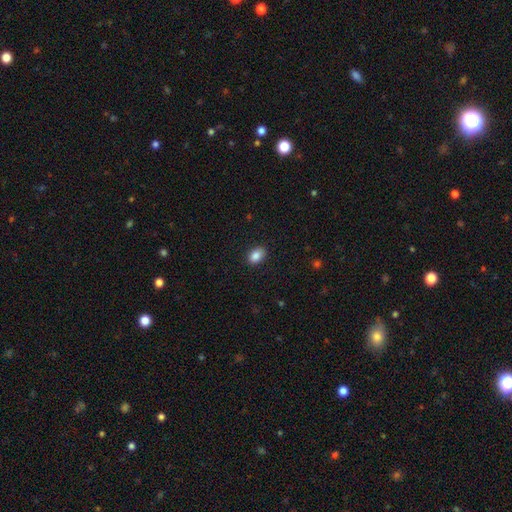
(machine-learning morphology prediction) Smooth or featured? Predicted: smooth (p=0.87). How rounded? Predicted: in between (p=0.81). Merging? Predicted: none (p=0.87).